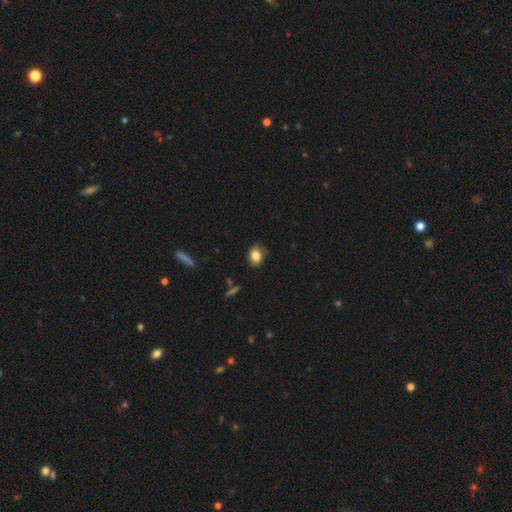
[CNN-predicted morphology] smooth-or-featured: smooth: 83% | star or artifact: 9% | featured or disk: 8%
  how-rounded: in between: 62% | round: 36% | cigar-shaped: 1%
  merging: none: 81% | minor disturbance: 15% | major disturbance: 3% | merger: 1%